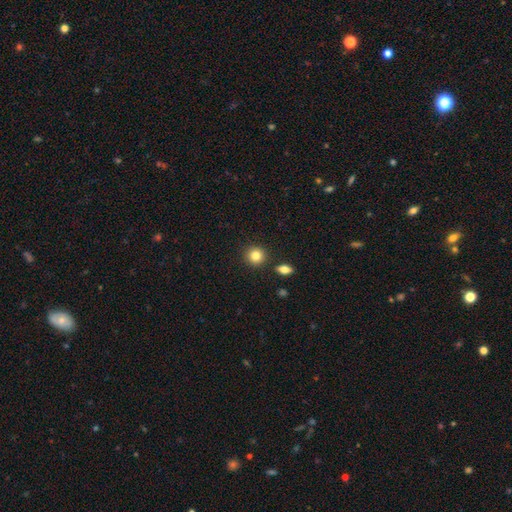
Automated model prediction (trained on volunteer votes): Q: Smooth or featured?
A: smooth (83%); runner-up: star or artifact (10%)
Q: How rounded?
A: round (90%); runner-up: in between (9%)
Q: Merging?
A: none (88%); runner-up: minor disturbance (6%)